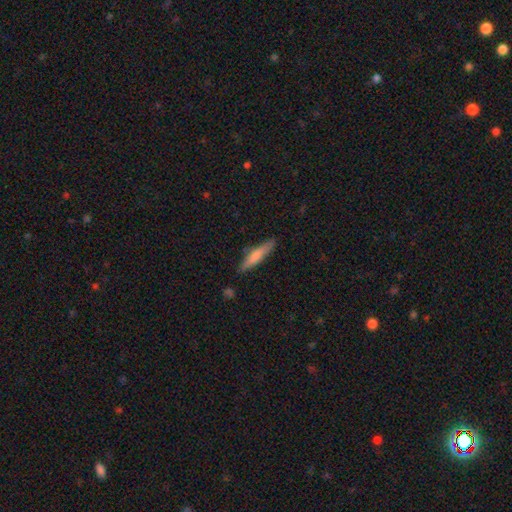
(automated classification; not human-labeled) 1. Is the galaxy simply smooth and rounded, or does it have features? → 68% smooth, 26% featured or disk, 6% star or artifact.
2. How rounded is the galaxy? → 86% cigar-shaped, 12% in between, 1% round.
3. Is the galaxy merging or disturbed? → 83% none, 12% minor disturbance, 3% major disturbance, 2% merger.